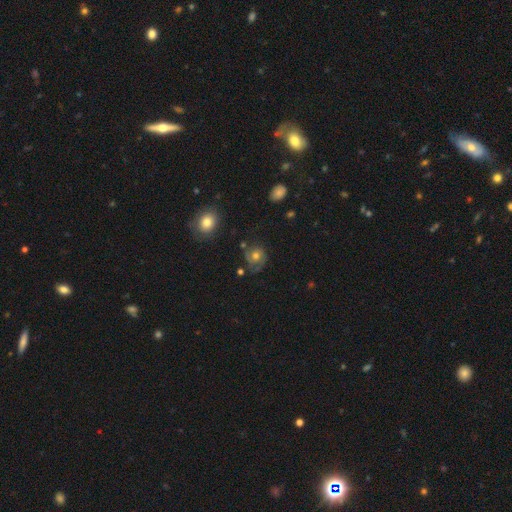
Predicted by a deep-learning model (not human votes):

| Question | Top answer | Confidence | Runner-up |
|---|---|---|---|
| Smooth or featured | featured or disk | 53% | smooth (35%) |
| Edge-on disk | no | 97% | yes (3%) |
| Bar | no | 80% | weak (17%) |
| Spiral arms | yes | 81% | no (19%) |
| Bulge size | moderate | 68% | small (18%) |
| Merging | none | 60% | minor disturbance (21%) |